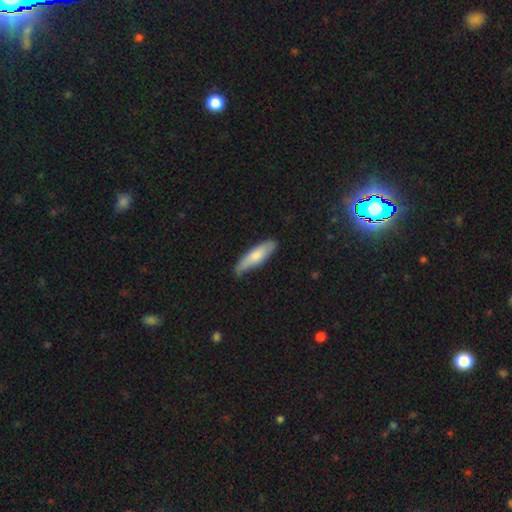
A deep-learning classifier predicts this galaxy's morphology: Smooth or featured? smooth (74%)
How rounded? cigar-shaped (62%)
Merging? none (73%)